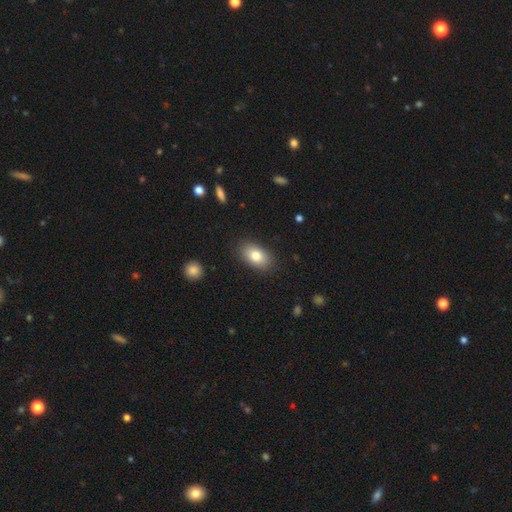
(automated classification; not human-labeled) smooth-or-featured: smooth: 80% | featured or disk: 12% | star or artifact: 8%
  how-rounded: in between: 89% | round: 9% | cigar-shaped: 2%
  merging: none: 86% | minor disturbance: 10% | major disturbance: 3% | merger: 1%